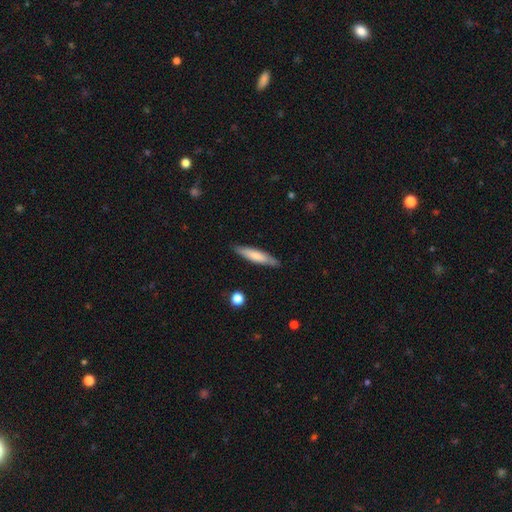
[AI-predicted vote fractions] A smooth galaxy with no disk features (70%) that is cigar-shaped (85%).

Vote fractions:
- Smooth or featured? smooth: 70% / featured or disk: 25% / star or artifact: 6%
- How rounded? cigar-shaped: 85% / in between: 14% / round: 1%
- Merging? none: 86% / minor disturbance: 11% / major disturbance: 2% / merger: 1%